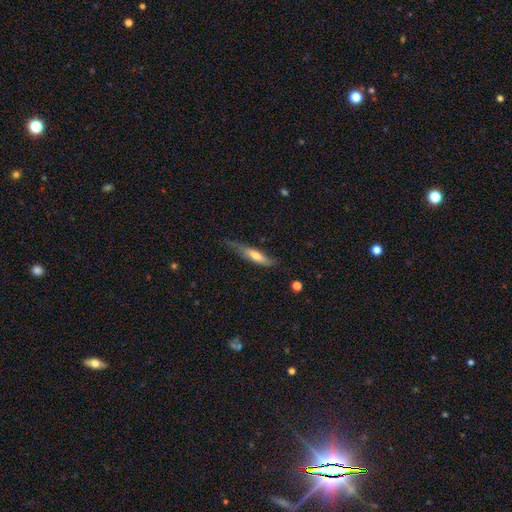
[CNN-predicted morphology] smooth 53%, featured or disk 40%, star or artifact 6%. Down the decision tree: how rounded — cigar-shaped (74%); merging — none (50%).